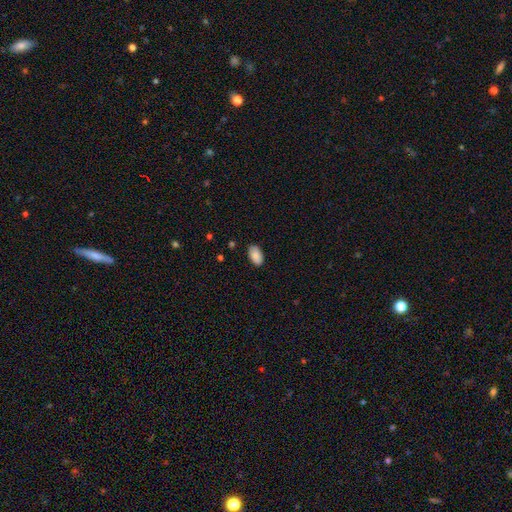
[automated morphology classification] Smooth or featured?
  - smooth: 87% *
  - star or artifact: 7%
  - featured or disk: 6%
How rounded?
  - in between: 94% *
  - round: 4%
  - cigar-shaped: 2%
Merging?
  - none: 84% *
  - minor disturbance: 13%
  - major disturbance: 2%
  - merger: 1%